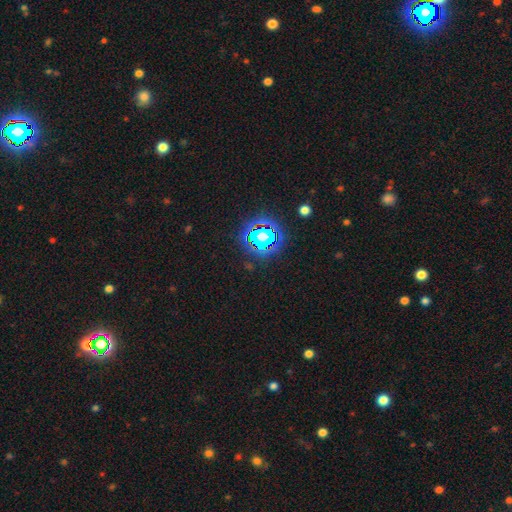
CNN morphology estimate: A star or artifact, not a galaxy (82%).

Vote fractions:
- Smooth or featured? star or artifact: 82% / smooth: 11% / featured or disk: 7%